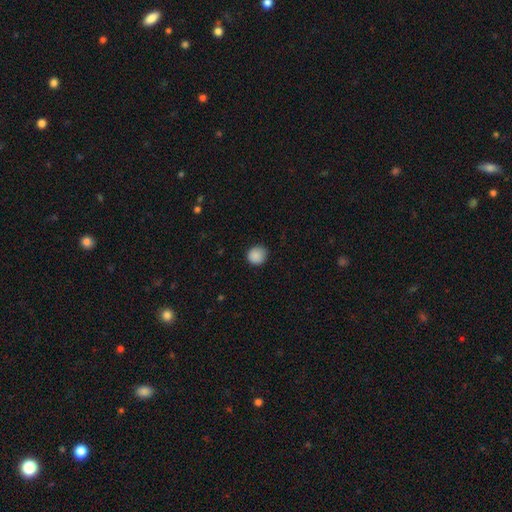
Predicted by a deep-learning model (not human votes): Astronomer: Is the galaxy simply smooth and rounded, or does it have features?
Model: smooth — 89%.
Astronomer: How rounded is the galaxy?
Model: round — 91%.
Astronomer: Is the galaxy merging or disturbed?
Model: none — 85%.